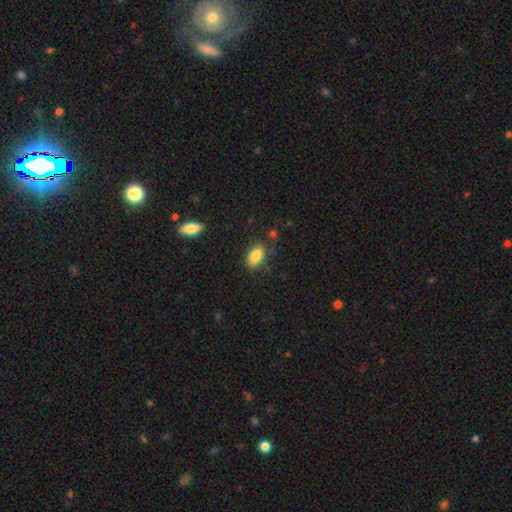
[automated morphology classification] This appears to be a smooth galaxy with no disk features (86%) that is in between round and cigar-shaped (89%). Merging: none (79%).